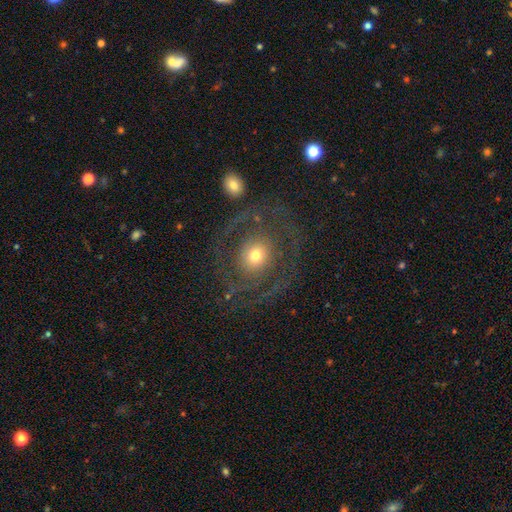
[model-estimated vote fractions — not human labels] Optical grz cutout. It shows a featured or disk galaxy (69%) with no bar (81%), 2 (49%) tight (45%) spiral arms (78%) and a moderate central bulge (51%). Merging: none (70%).